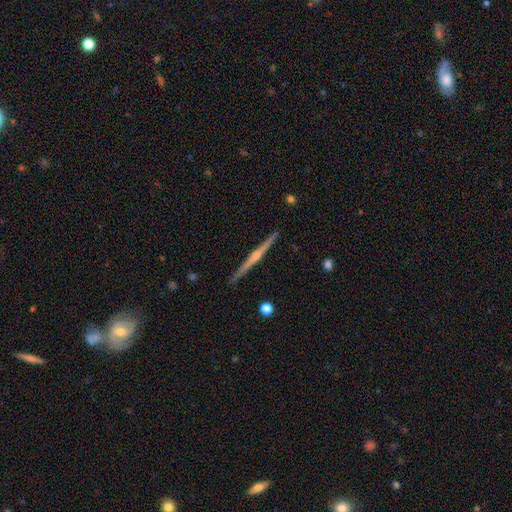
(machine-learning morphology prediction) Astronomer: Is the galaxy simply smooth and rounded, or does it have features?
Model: featured or disk — 81%.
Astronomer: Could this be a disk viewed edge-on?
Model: yes — 99%.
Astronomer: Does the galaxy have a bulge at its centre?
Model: rounded — 81%.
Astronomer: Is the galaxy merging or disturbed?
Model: none — 92%.